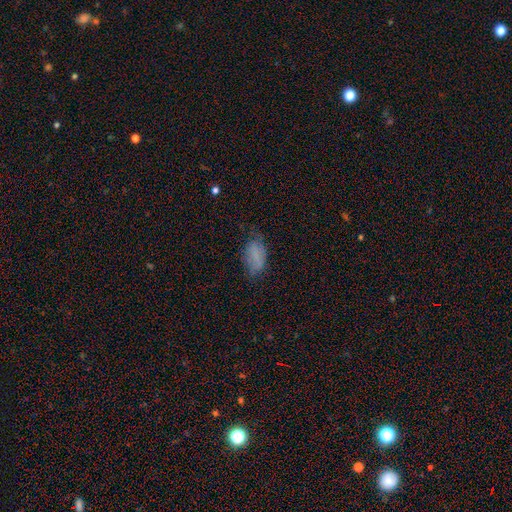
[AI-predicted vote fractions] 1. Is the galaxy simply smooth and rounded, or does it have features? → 70% smooth, 19% featured or disk, 11% star or artifact.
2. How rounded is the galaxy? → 91% in between, 5% round, 4% cigar-shaped.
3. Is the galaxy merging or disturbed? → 52% none, 31% minor disturbance, 15% major disturbance, 2% merger.